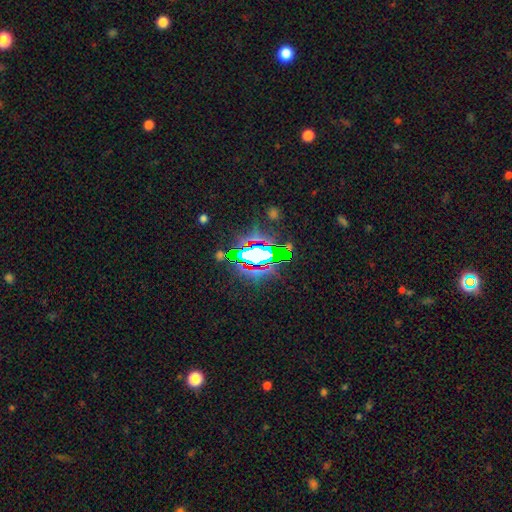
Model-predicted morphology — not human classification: smooth_or_featured: star or artifact (p=0.65) [alt: smooth p=0.19]